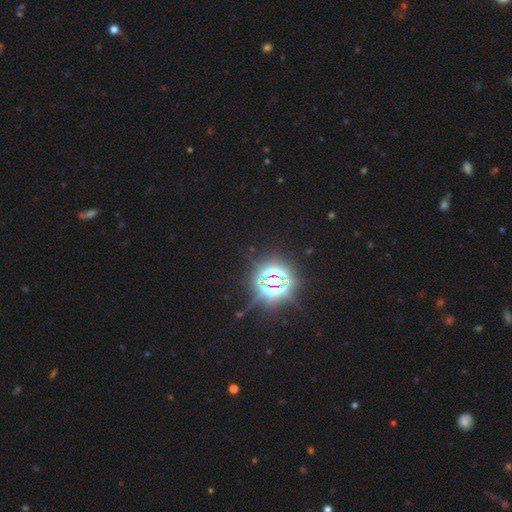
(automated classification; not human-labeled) This is clearly a star or artifact rather than a galaxy (84%).